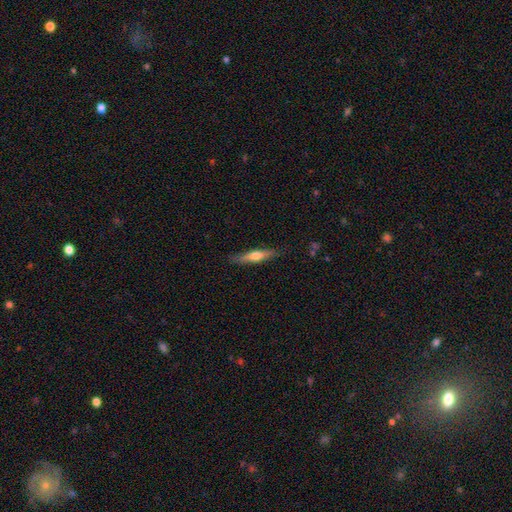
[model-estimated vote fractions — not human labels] Smooth or featured? Predicted: smooth (p=0.50). How rounded? Predicted: cigar-shaped (p=0.84). Merging? Predicted: none (p=0.84).